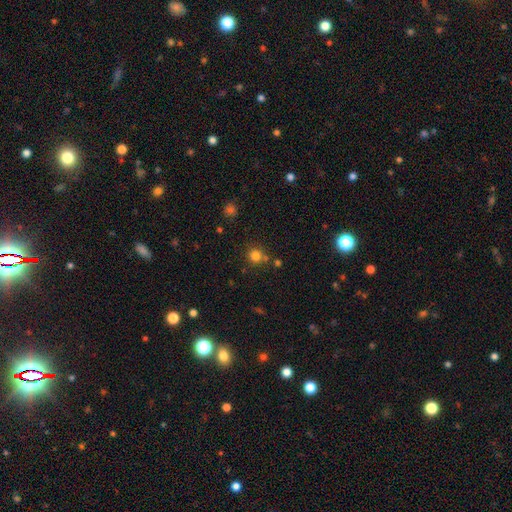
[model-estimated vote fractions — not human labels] Q: Smooth or featured?
A: smooth (80%); runner-up: star or artifact (15%)
Q: How rounded?
A: round (92%); runner-up: in between (7%)
Q: Merging?
A: none (74%); runner-up: merger (14%)